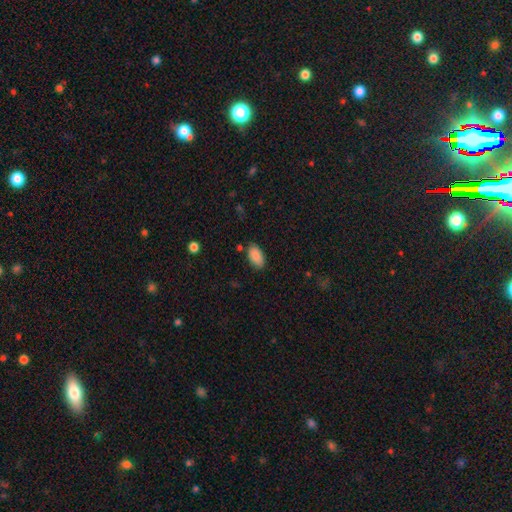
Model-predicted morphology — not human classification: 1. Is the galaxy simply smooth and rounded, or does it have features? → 88% smooth, 7% star or artifact, 5% featured or disk.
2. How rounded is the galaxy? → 94% in between, 3% round, 2% cigar-shaped.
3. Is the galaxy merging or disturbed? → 82% none, 13% minor disturbance, 3% major disturbance, 2% merger.